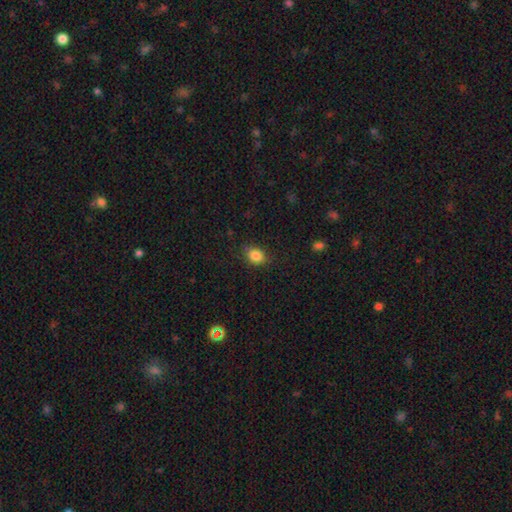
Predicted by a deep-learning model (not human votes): Overall: smooth (85%). How rounded: in between (59%; round 39%). Merging: none (82%).